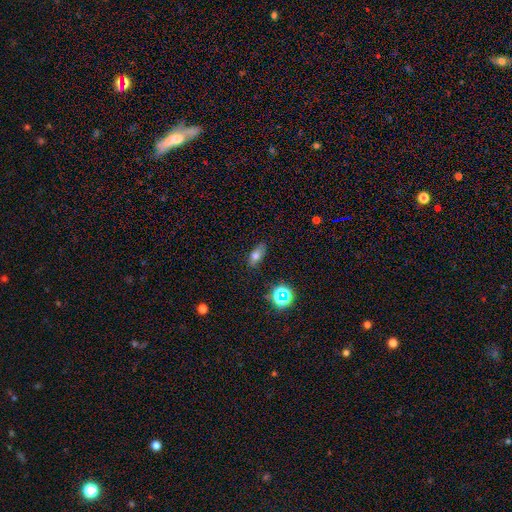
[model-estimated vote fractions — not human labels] smooth_or_featured: smooth (p=0.68) [alt: featured or disk p=0.16]
how_rounded: in between (p=0.75) [alt: cigar-shaped p=0.16]
merging: none (p=0.77) [alt: minor disturbance p=0.17]